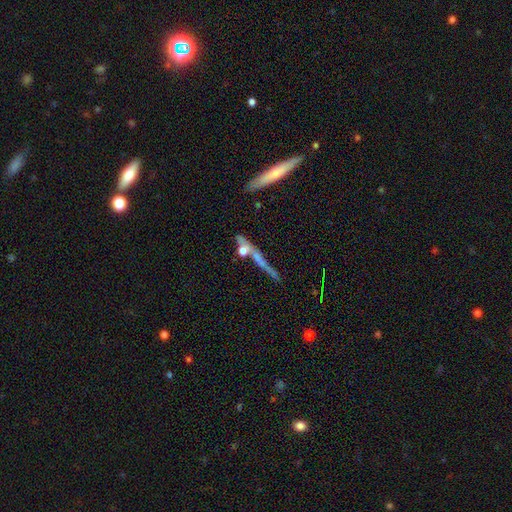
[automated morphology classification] Overall: featured or disk (57%; smooth 27%). Edge-on disk: yes (89%). Edge-on bulge: rounded (53%; none 37%). Merging: none (69%).